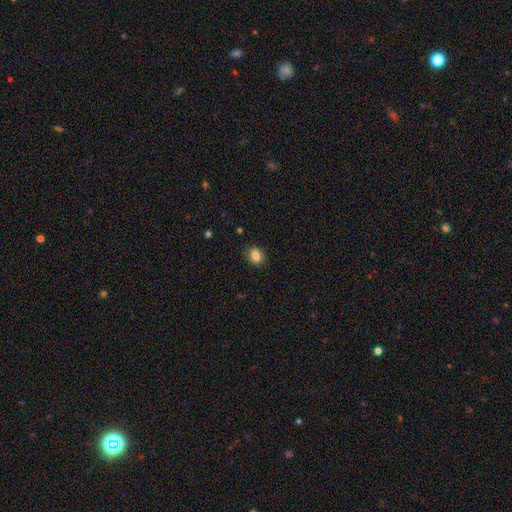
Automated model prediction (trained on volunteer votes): smooth_or_featured: smooth (p=0.83) [alt: star or artifact p=0.09]
how_rounded: in between (p=0.58) [alt: round p=0.41]
merging: none (p=0.84) [alt: minor disturbance p=0.12]